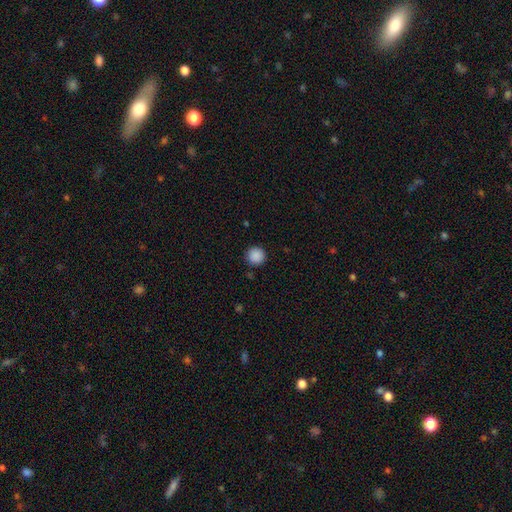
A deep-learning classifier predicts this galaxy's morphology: type=smooth (88%); roundness=round (96%); merging=none (91%).